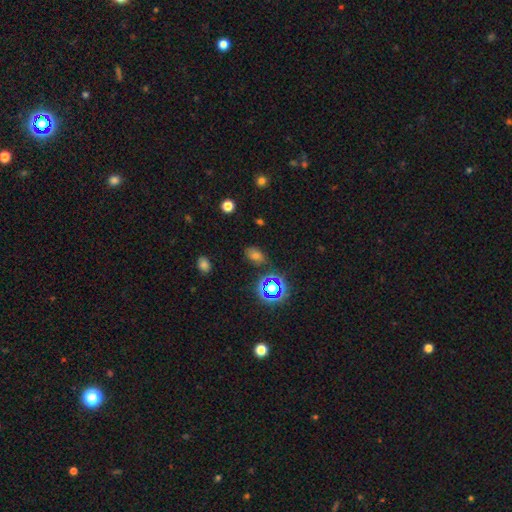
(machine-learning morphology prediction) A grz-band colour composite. It shows a smooth galaxy with no disk features (47%). Merging: none (78%).